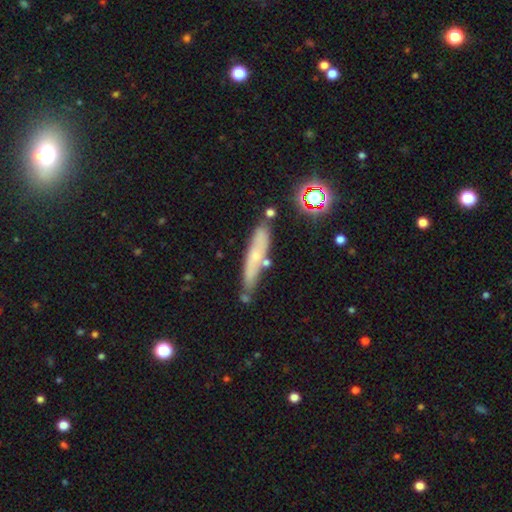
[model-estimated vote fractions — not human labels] This is possibly a smooth galaxy (48%). Merging: likely none (69%).